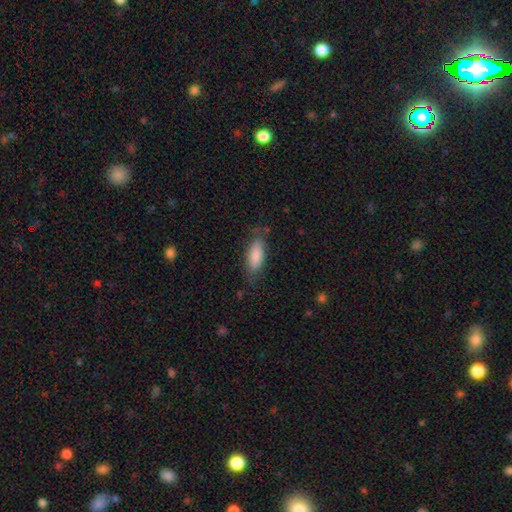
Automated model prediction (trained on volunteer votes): smooth-or-featured: smooth: 83% | featured or disk: 11% | star or artifact: 6%
  how-rounded: in between: 69% | cigar-shaped: 29% | round: 2%
  merging: none: 72% | minor disturbance: 20% | major disturbance: 6% | merger: 2%